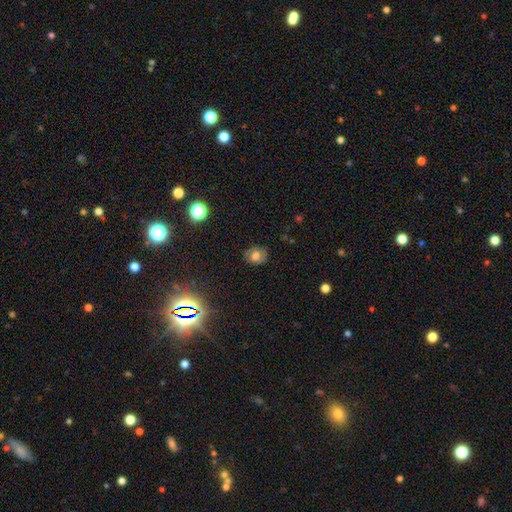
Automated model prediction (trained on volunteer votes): Smooth or featured: smooth — 60% (featured or disk — 26%)
How rounded: round — 54% (in between — 45%)
Merging: none — 81% (minor disturbance — 15%)